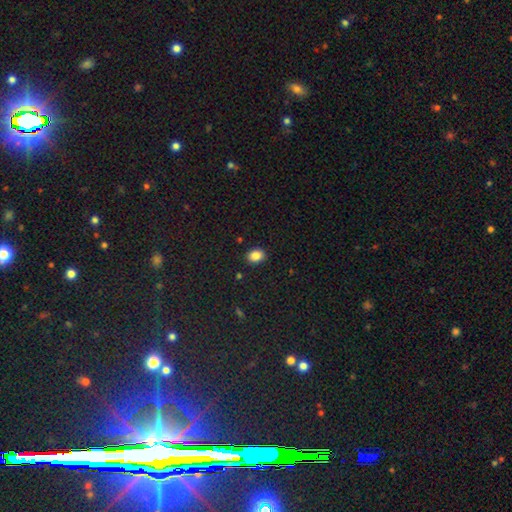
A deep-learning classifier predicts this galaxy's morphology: This appears to be a smooth galaxy with no disk features (86%) that is in between round and cigar-shaped (60%). Merging: none (88%).